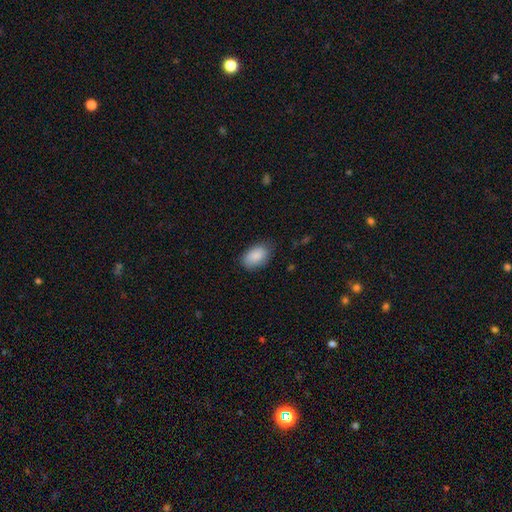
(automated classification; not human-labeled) Smooth or featured?
  - smooth: 89% *
  - star or artifact: 6%
  - featured or disk: 5%
How rounded?
  - in between: 92% *
  - round: 6%
  - cigar-shaped: 1%
Merging?
  - none: 77% *
  - minor disturbance: 18%
  - major disturbance: 4%
  - merger: 1%